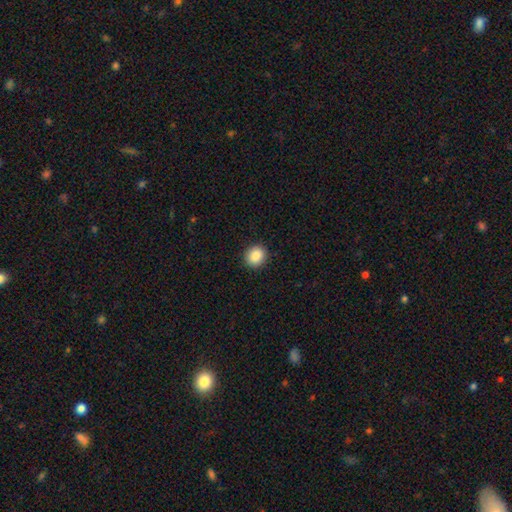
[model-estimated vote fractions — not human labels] A smooth galaxy with no disk features (88%) that is round (79%). Merging: none (91%).